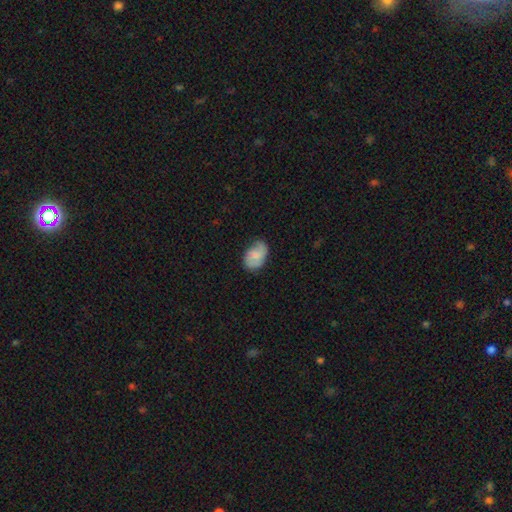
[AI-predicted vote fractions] This is likely a smooth galaxy (68%). How rounded: clearly in between (85%). Merging: likely none (61%).